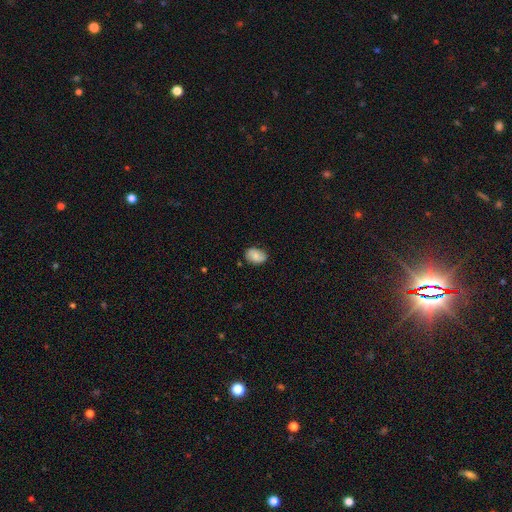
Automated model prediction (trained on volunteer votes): A smooth galaxy with no disk features (78%) that is in between round and cigar-shaped (81%).

Vote fractions:
- Smooth or featured? smooth: 78% / featured or disk: 15% / star or artifact: 8%
- How rounded? in between: 81% / round: 18% / cigar-shaped: 1%
- Merging? none: 80% / minor disturbance: 16% / major disturbance: 3% / merger: 1%